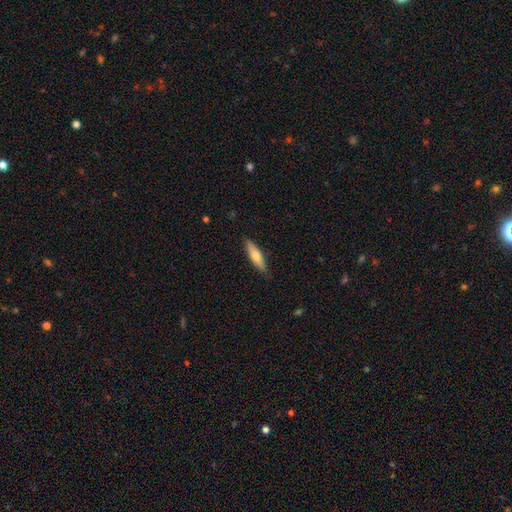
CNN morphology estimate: A smooth galaxy with no disk features (63%) that is cigar-shaped (69%). Merging: none (87%).